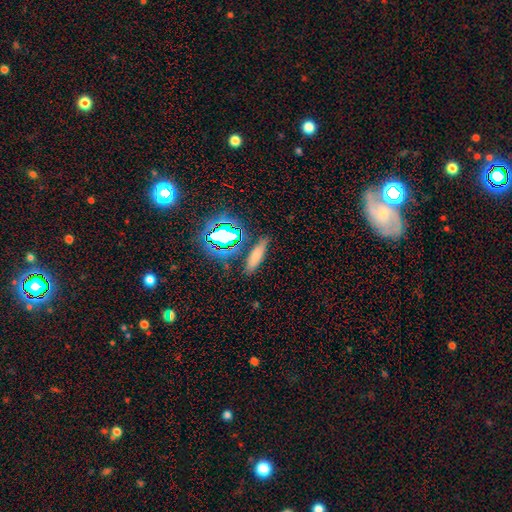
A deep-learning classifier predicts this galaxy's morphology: smooth-or-featured: smooth: 69% | star or artifact: 20% | featured or disk: 12%
  how-rounded: cigar-shaped: 56% | in between: 40% | round: 4%
  merging: none: 81% | minor disturbance: 12% | merger: 4% | major disturbance: 4%